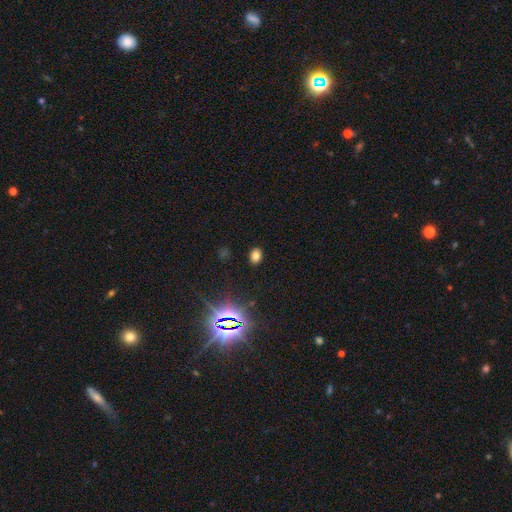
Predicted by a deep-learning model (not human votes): A smooth galaxy with no disk features (74%) that is in between round and cigar-shaped (71%). Merging: none (88%).